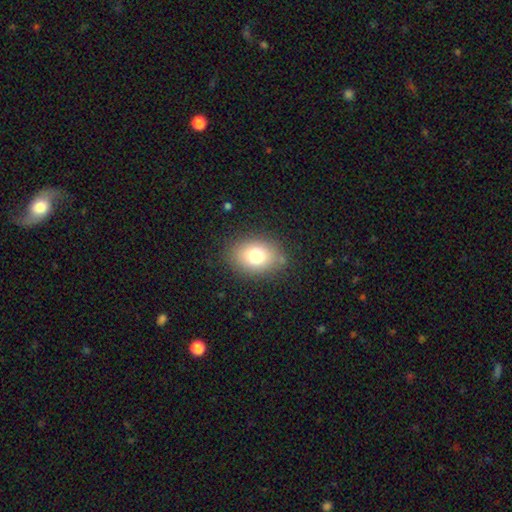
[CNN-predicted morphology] type=smooth (77%); roundness=in between (69%); merging=none (83%).